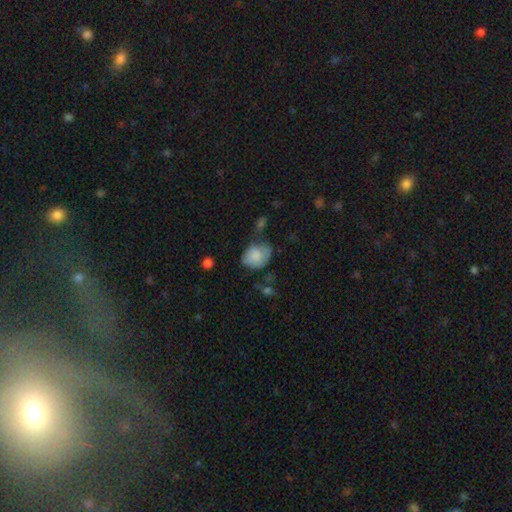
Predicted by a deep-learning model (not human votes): Smooth or featured: smooth — 79% (featured or disk — 13%)
How rounded: in between — 55% (round — 44%)
Merging: none — 41% (minor disturbance — 35%)